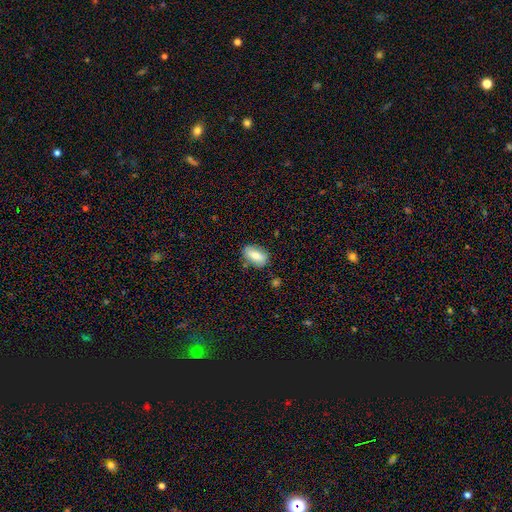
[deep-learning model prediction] Smooth or featured? Predicted: smooth (p=0.71). How rounded? Predicted: in between (p=0.87). Merging? Predicted: none (p=0.76).